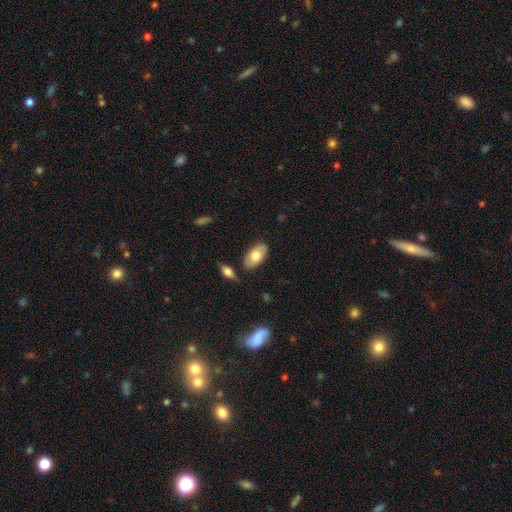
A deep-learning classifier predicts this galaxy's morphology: This appears to be a smooth galaxy with no disk features (76%) that is in between round and cigar-shaped (94%). Merging: none (82%).